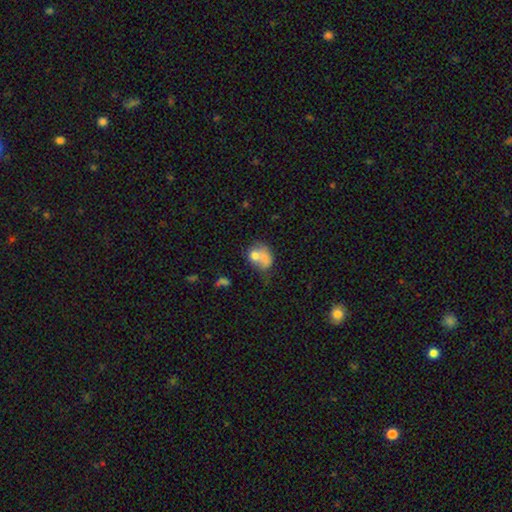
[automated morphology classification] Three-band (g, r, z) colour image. It shows a smooth galaxy with no disk features (67%) that is in between round and cigar-shaped (54%). Merging: merger (53%).